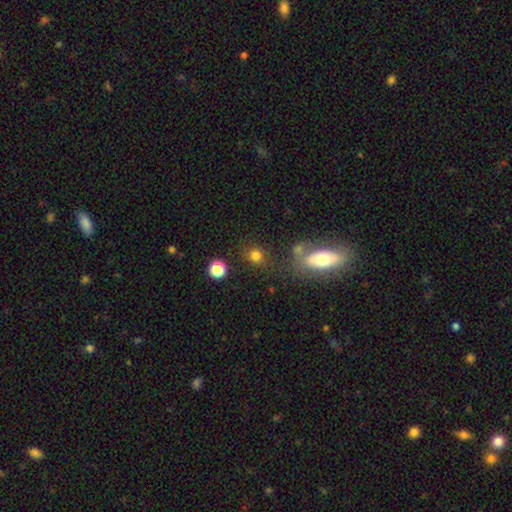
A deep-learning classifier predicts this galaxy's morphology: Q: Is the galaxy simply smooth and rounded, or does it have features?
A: smooth — 78%.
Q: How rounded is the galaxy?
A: round — 77%.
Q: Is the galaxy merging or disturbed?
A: none — 72%.